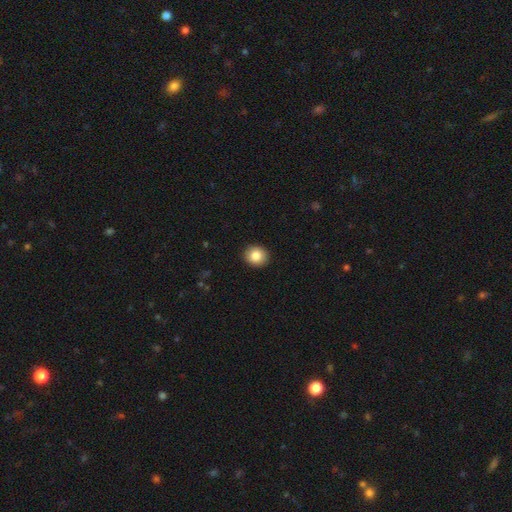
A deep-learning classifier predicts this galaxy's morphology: Overall: smooth (85%). How rounded: round (78%). Merging: none (92%).